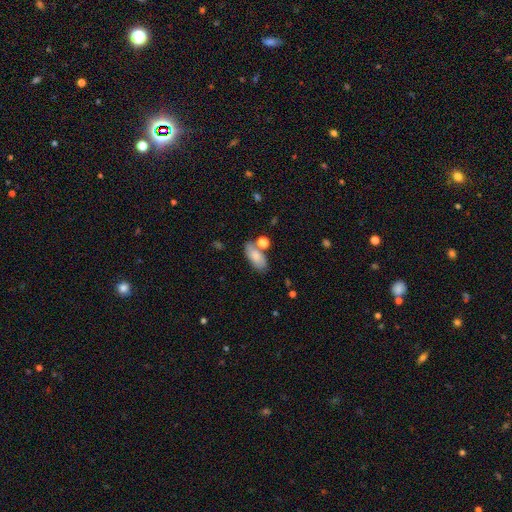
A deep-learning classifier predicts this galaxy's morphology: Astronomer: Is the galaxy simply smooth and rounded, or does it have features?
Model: smooth — 80%.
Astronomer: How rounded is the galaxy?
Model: in between — 90%.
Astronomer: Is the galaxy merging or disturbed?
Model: none — 61%.